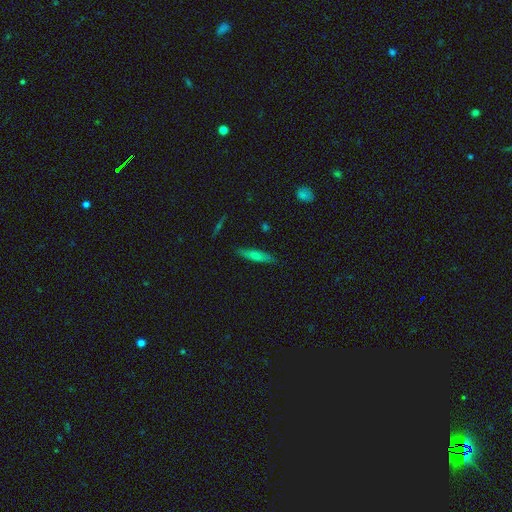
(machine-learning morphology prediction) Smooth or featured?
  - smooth: 60% *
  - featured or disk: 33%
  - star or artifact: 7%
How rounded?
  - cigar-shaped: 81% *
  - in between: 17%
  - round: 2%
Merging?
  - none: 86% *
  - minor disturbance: 10%
  - major disturbance: 2%
  - merger: 1%